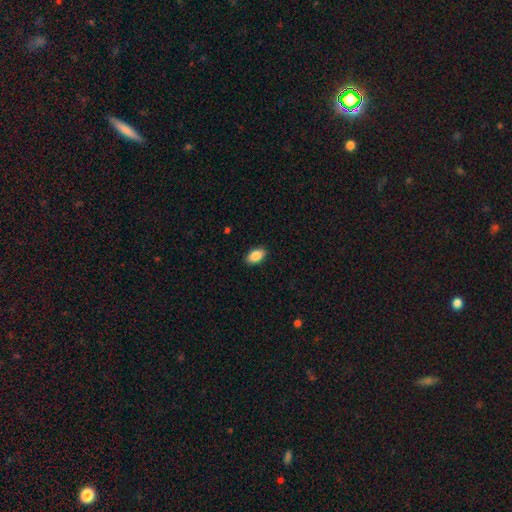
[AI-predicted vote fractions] Overall: smooth (88%). How rounded: in between (92%). Merging: none (89%).